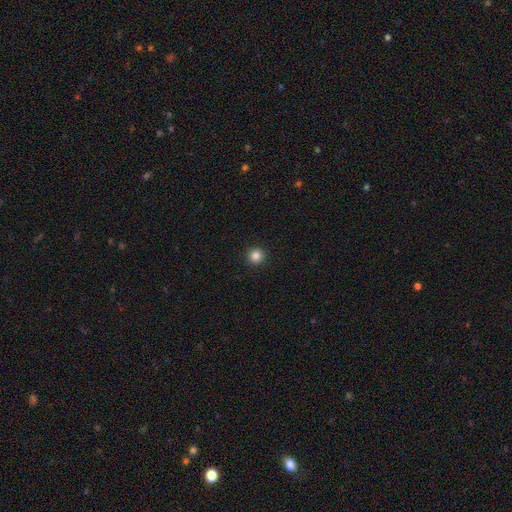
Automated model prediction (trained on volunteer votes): smooth 85%, star or artifact 11%, featured or disk 3%. Down the decision tree: how rounded — round (96%); merging — none (93%).